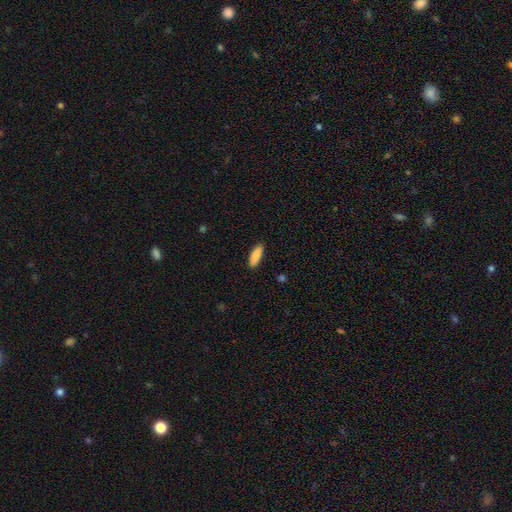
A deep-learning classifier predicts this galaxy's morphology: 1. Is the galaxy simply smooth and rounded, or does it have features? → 85% smooth, 9% featured or disk, 6% star or artifact.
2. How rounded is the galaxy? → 63% in between, 35% cigar-shaped, 2% round.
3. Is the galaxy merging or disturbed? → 89% none, 8% minor disturbance, 2% major disturbance, 1% merger.